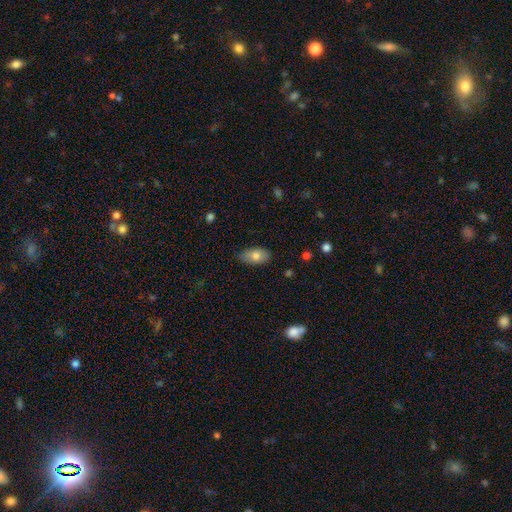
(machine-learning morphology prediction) Smooth or featured? Predicted: smooth (p=0.77). How rounded? Predicted: in between (p=0.93). Merging? Predicted: none (p=0.81).